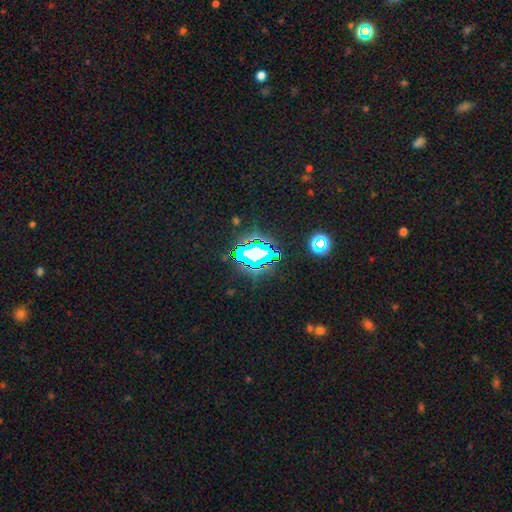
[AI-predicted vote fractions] Smooth or featured? star or artifact (65%)